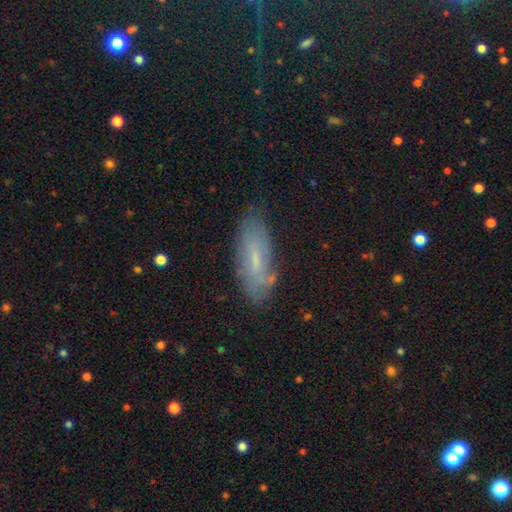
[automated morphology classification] A smooth galaxy with no disk features (44%). Merging: none (78%).